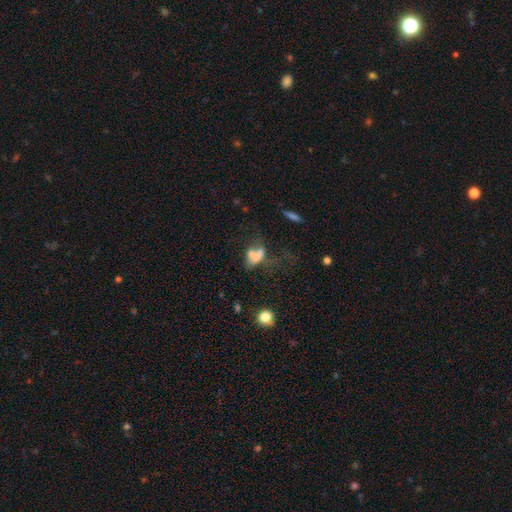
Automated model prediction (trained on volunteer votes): Q: Smooth or featured?
A: smooth (53%); runner-up: featured or disk (31%)
Q: How rounded?
A: in between (76%); runner-up: round (18%)
Q: Merging?
A: merger (36%); runner-up: major disturbance (31%)